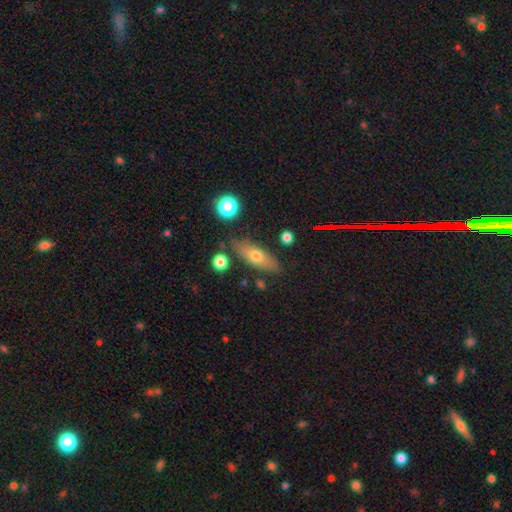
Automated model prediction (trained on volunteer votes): Smooth or featured? smooth (61%)
How rounded? in between (60%)
Merging? none (78%)